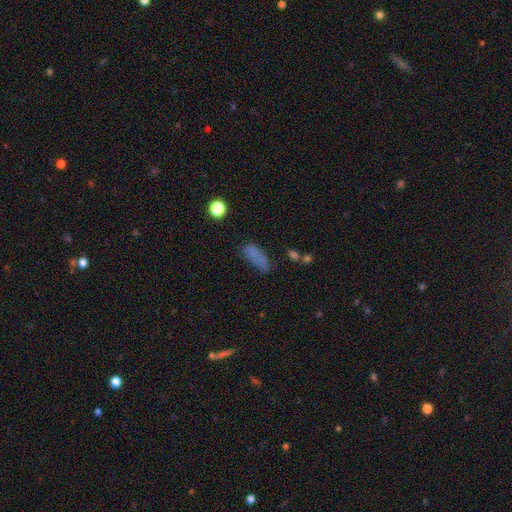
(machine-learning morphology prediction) Smooth or featured? Predicted: smooth (p=0.72). How rounded? Predicted: in between (p=0.65). Merging? Predicted: none (p=0.52).